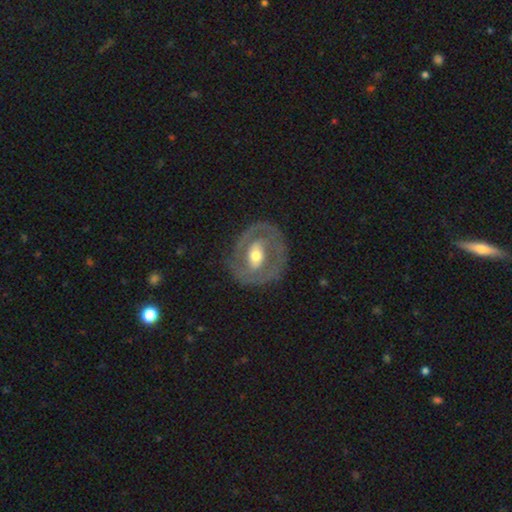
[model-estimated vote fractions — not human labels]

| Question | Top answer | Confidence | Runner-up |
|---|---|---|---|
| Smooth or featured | featured or disk | 72% | smooth (23%) |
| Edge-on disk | no | 95% | yes (5%) |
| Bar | weak | 37% | no (36%) |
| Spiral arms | yes | 55% | no (45%) |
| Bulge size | moderate | 69% | small (16%) |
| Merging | none | 77% | minor disturbance (15%) |